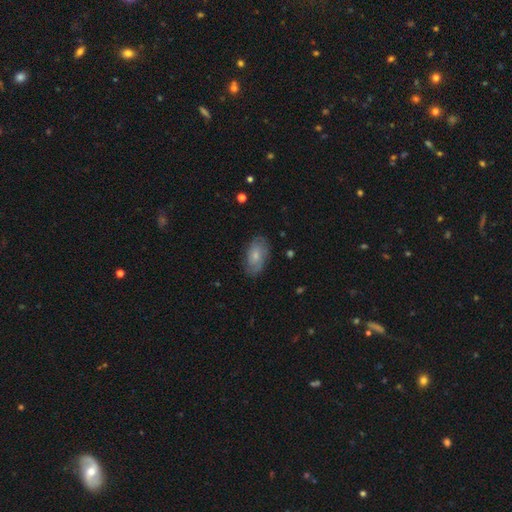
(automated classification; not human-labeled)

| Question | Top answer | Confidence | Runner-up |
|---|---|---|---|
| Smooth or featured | smooth | 54% | featured or disk (39%) |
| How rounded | in between | 91% | round (6%) |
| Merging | none | 76% | minor disturbance (18%) |